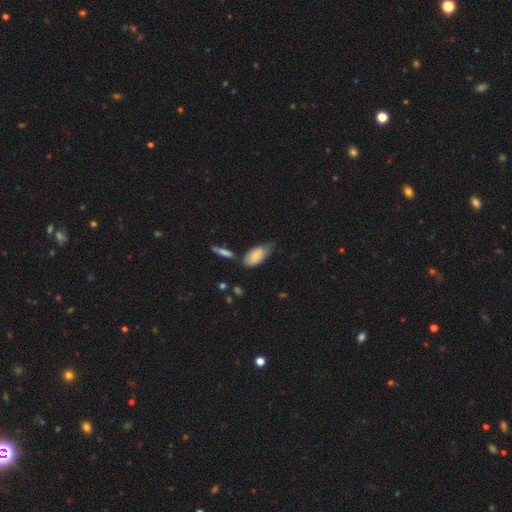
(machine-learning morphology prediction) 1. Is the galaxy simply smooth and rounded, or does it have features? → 80% smooth, 13% featured or disk, 6% star or artifact.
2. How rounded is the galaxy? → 90% in between, 7% cigar-shaped, 3% round.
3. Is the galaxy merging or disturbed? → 41% minor disturbance, 39% none, 11% major disturbance, 8% merger.